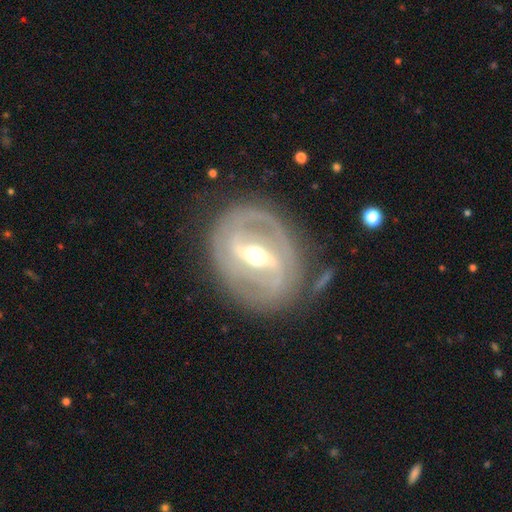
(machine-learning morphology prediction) Smooth or featured: featured or disk — 85% (smooth — 9%)
Edge-on disk: no — 93% (yes — 7%)
Bar: strong — 67% (weak — 25%)
Spiral arms: yes — 84% (no — 16%)
Spiral winding: tight — 56% (medium — 32%)
Spiral arm count: 2 — 68% (can't tell — 15%)
Bulge size: moderate — 68% (small — 23%)
Merging: none — 79% (minor disturbance — 13%)